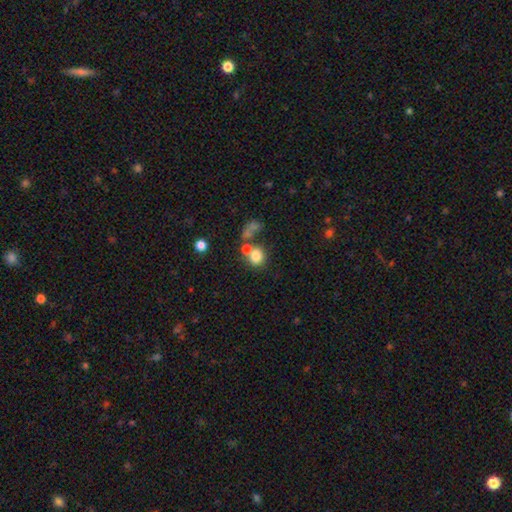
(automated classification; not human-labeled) Smooth or featured: smooth — 77% (star or artifact — 12%)
How rounded: round — 75% (in between — 23%)
Merging: none — 47% (merger — 34%)